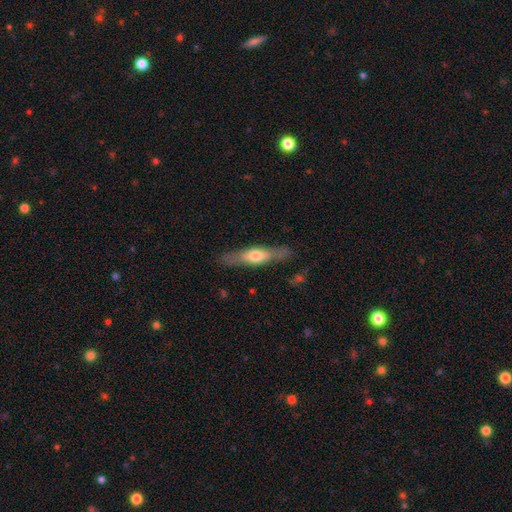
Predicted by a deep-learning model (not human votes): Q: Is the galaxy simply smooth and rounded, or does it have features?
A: featured or disk — 49%.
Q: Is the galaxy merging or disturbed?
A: none — 80%.